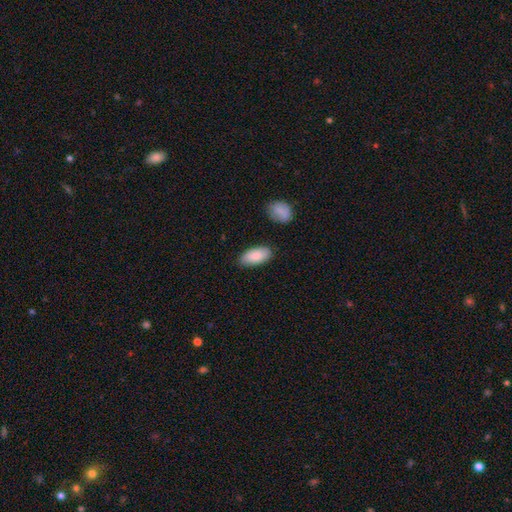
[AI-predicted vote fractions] Overall: smooth (86%). How rounded: in between (93%). Merging: none (82%).